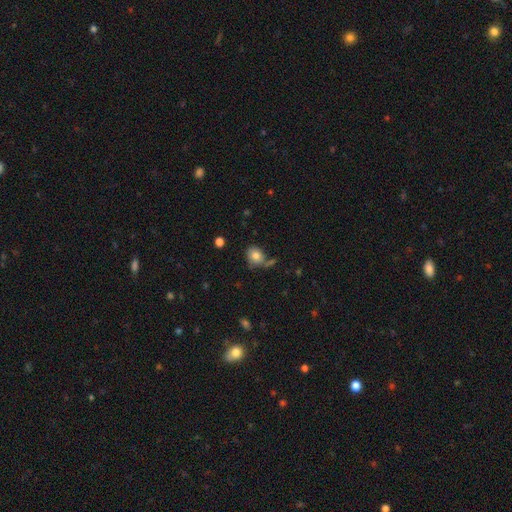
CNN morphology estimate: Smooth or featured?
  - smooth: 78% *
  - featured or disk: 13%
  - star or artifact: 10%
How rounded?
  - round: 58% *
  - in between: 40%
  - cigar-shaped: 1%
Merging?
  - none: 58% *
  - minor disturbance: 20%
  - merger: 13%
  - major disturbance: 9%